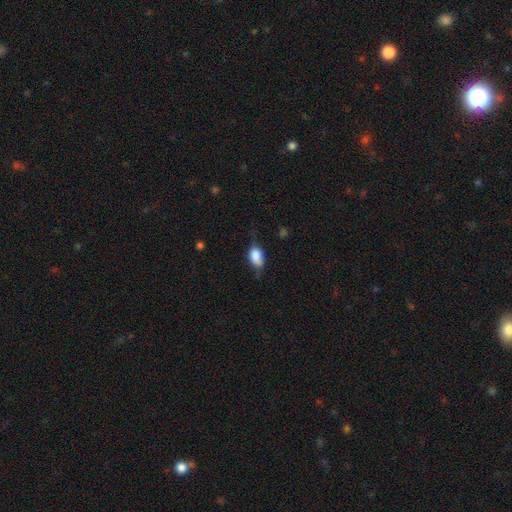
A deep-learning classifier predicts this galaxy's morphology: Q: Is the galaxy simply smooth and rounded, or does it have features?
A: smooth — 83%.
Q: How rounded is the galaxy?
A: in between — 88%.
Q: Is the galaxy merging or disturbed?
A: none — 47%.